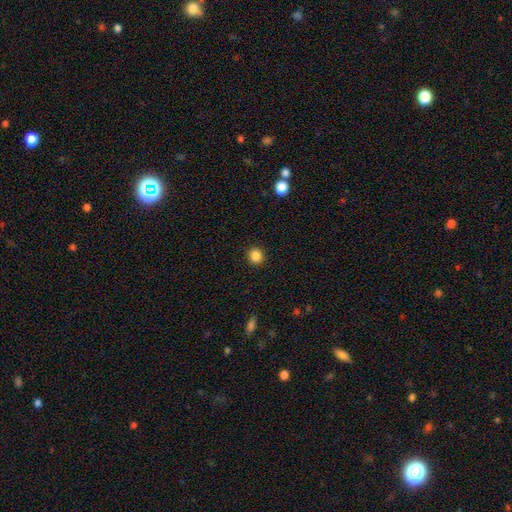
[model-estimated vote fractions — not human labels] smooth-or-featured: smooth: 86% | star or artifact: 11% | featured or disk: 3%
  how-rounded: round: 89% | in between: 10% | cigar-shaped: 1%
  merging: none: 91% | minor disturbance: 6% | major disturbance: 2% | merger: 1%